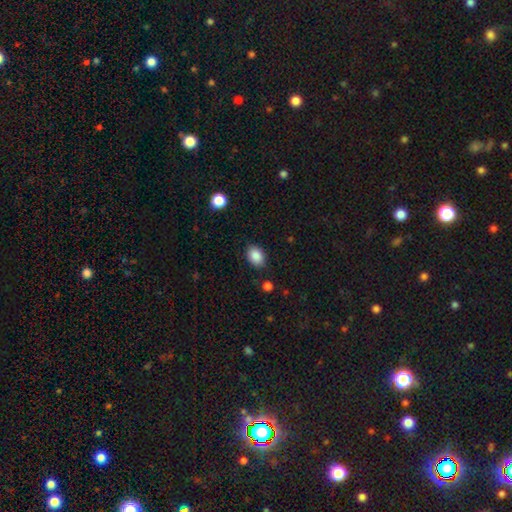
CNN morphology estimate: smooth 88%, star or artifact 8%, featured or disk 4%. Down the decision tree: how rounded — in between (74%); merging — none (84%).